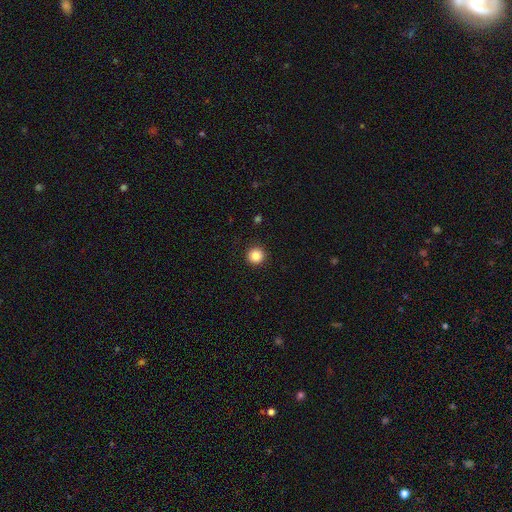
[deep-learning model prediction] Overall: smooth (86%). How rounded: round (96%). Merging: none (93%).